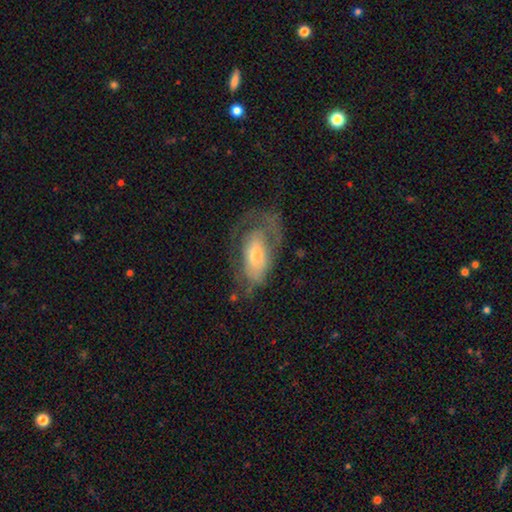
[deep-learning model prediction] Smooth or featured? Predicted: featured or disk (p=0.55). Edge-on disk? Predicted: no (p=0.91). Merging? Predicted: none (p=0.40).